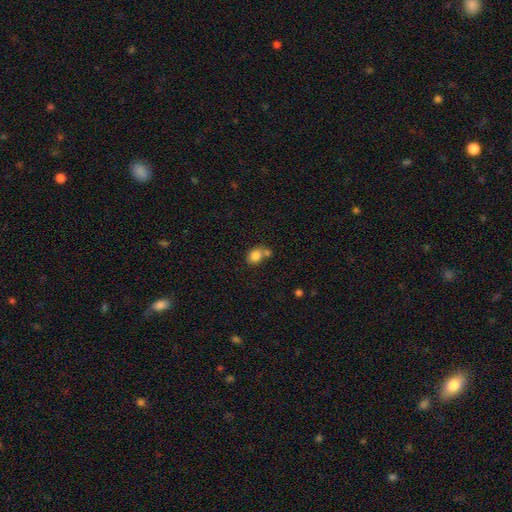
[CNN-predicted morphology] The model was most divided on "merging": none: 44%, merger: 39%, minor disturbance: 12%, major disturbance: 4%. More confident: smooth or featured — smooth (82%); how rounded — round (58%).